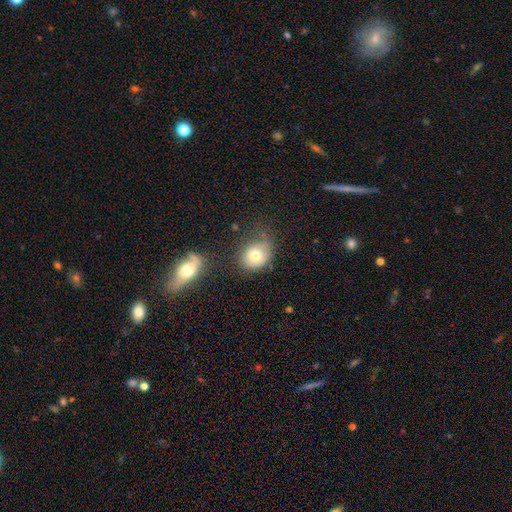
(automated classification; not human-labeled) smooth 75%, featured or disk 16%, star or artifact 9%. Down the decision tree: how rounded — in between (51%); merging — none (60%).